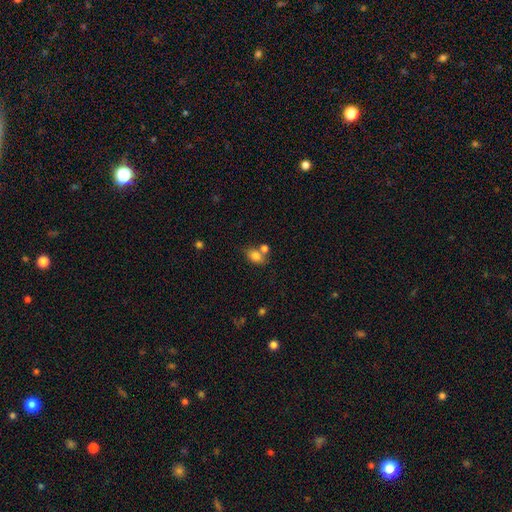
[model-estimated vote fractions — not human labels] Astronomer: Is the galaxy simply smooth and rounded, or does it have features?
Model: smooth — 80%.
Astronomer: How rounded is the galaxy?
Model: in between — 74%.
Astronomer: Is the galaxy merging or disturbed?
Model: none — 50% (runner-up: merger, 30%).